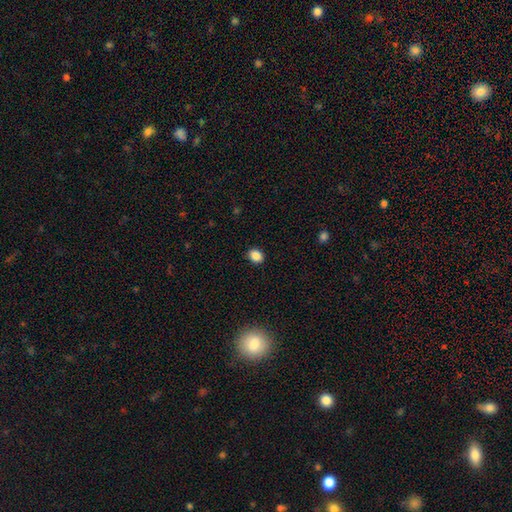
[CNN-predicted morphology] Overall: smooth (87%). How rounded: in between (56%; round 43%). Merging: none (89%).